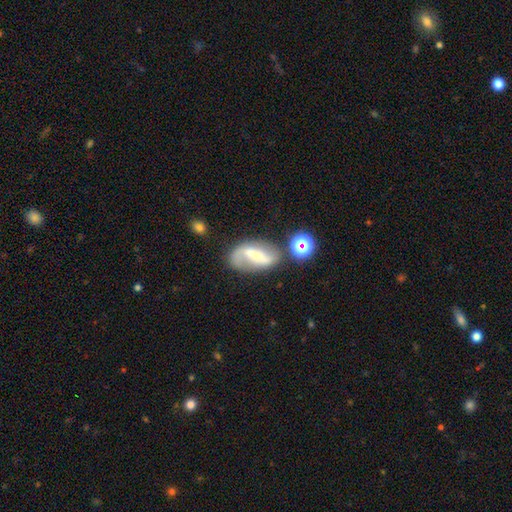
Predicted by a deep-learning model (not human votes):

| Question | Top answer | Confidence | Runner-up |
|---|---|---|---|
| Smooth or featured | featured or disk | 62% | smooth (27%) |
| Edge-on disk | no | 94% | yes (6%) |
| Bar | strong | 50% | weak (31%) |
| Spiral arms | yes | 82% | no (18%) |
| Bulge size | none | 32% | small (27%) |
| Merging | none | 57% | minor disturbance (21%) |